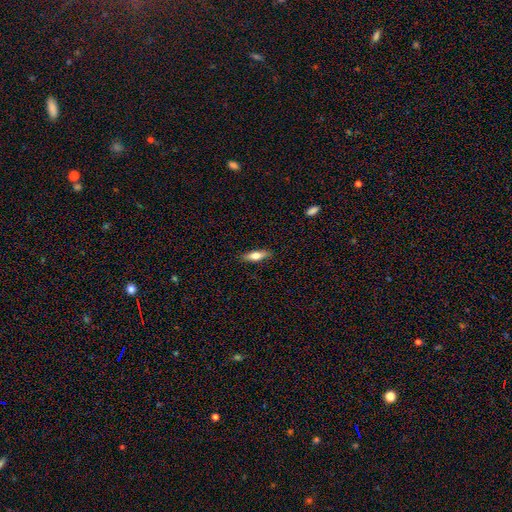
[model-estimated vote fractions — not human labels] Q: Smooth or featured?
A: smooth (65%); runner-up: featured or disk (28%)
Q: How rounded?
A: cigar-shaped (51%); runner-up: in between (46%)
Q: Merging?
A: none (88%); runner-up: minor disturbance (9%)